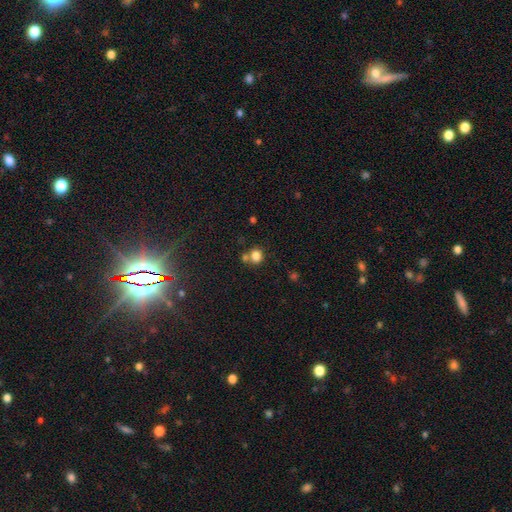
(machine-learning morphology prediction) smooth 81%, star or artifact 12%, featured or disk 7%. Down the decision tree: how rounded — round (75%); merging — none (56%).